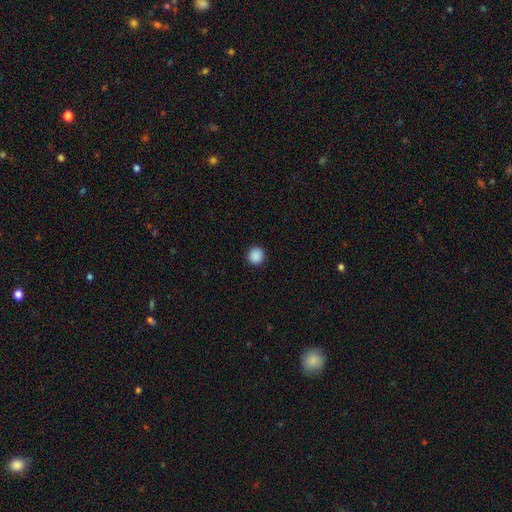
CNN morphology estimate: type=smooth (89%); roundness=round (94%); merging=none (93%).